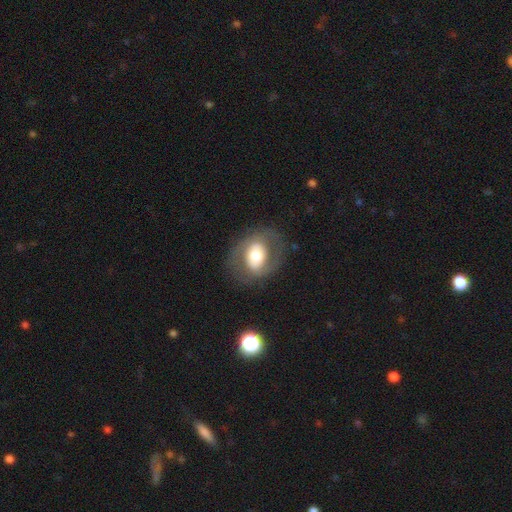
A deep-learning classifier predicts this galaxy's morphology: This is possibly a featured or disk galaxy (48%). Merging: likely none (74%).